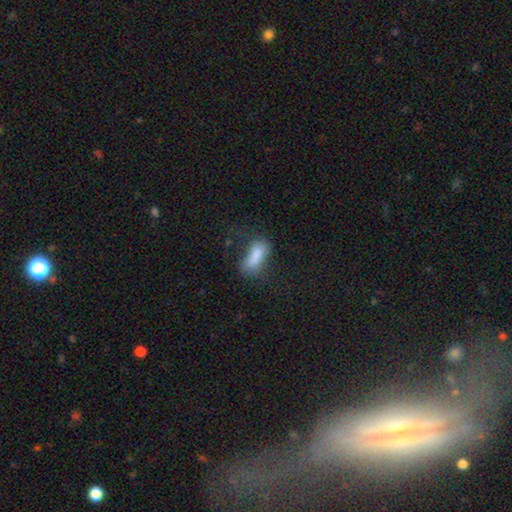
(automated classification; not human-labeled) Smooth or featured? Predicted: smooth (p=0.81). How rounded? Predicted: in between (p=0.80). Merging? Predicted: none (p=0.47).